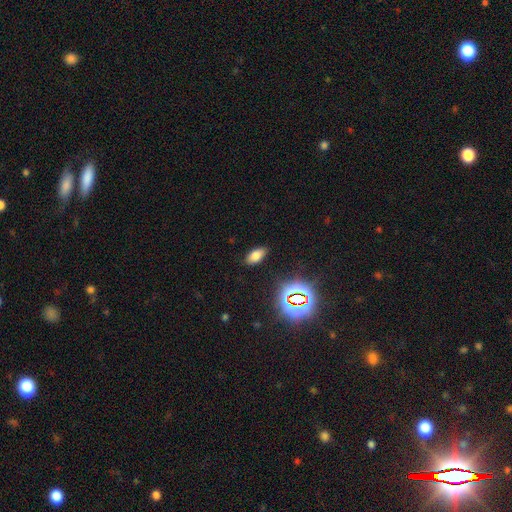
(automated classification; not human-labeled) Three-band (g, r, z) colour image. It shows a smooth galaxy with no disk features (71%) that is in between round and cigar-shaped (90%). Merging: none (86%).